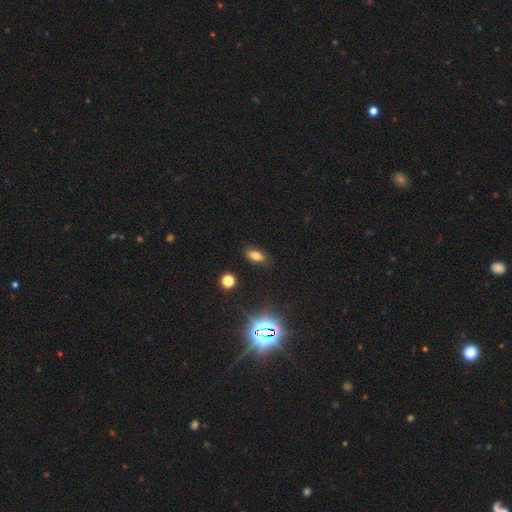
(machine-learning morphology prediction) The model was most divided on "smooth or featured": smooth: 68%, star or artifact: 19%, featured or disk: 14%. More confident: merging — none (83%); how rounded — in between (81%).